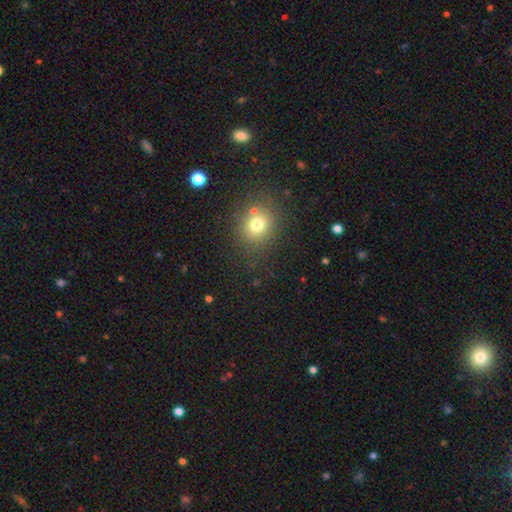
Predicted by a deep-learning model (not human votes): Smooth or featured?
  - smooth: 66% *
  - star or artifact: 27%
  - featured or disk: 8%
How rounded?
  - round: 76% *
  - in between: 23%
  - cigar-shaped: 1%
Merging?
  - none: 85% *
  - minor disturbance: 8%
  - merger: 3%
  - major disturbance: 3%